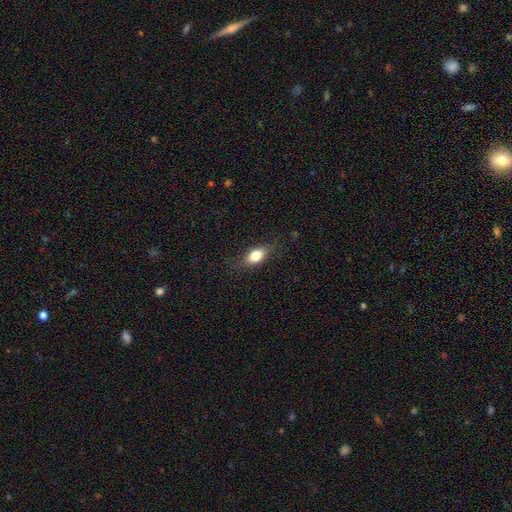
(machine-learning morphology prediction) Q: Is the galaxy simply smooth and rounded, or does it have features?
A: smooth — 78%.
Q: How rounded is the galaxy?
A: in between — 80%.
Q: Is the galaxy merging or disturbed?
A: none — 80%.